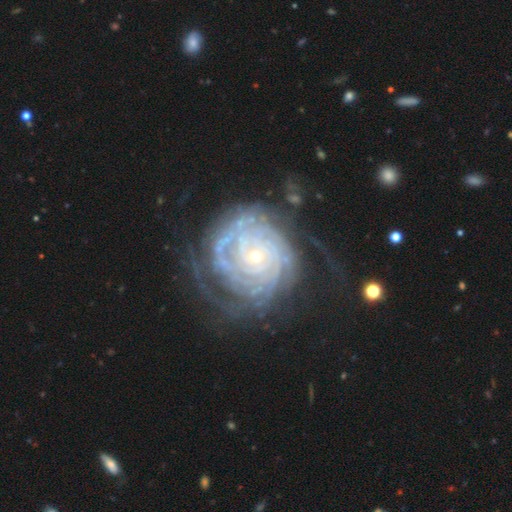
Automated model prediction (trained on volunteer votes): Q: Smooth or featured?
A: featured or disk (89%); runner-up: star or artifact (6%)
Q: Edge-on disk?
A: no (97%); runner-up: yes (3%)
Q: Bar?
A: no (76%); runner-up: weak (17%)
Q: Spiral arms?
A: yes (97%); runner-up: no (3%)
Q: Spiral winding?
A: tight (83%); runner-up: medium (14%)
Q: Spiral arm count?
A: can't tell (30%); runner-up: more than 4 (20%)
Q: Bulge size?
A: small (77%); runner-up: moderate (19%)
Q: Merging?
A: none (63%); runner-up: minor disturbance (20%)